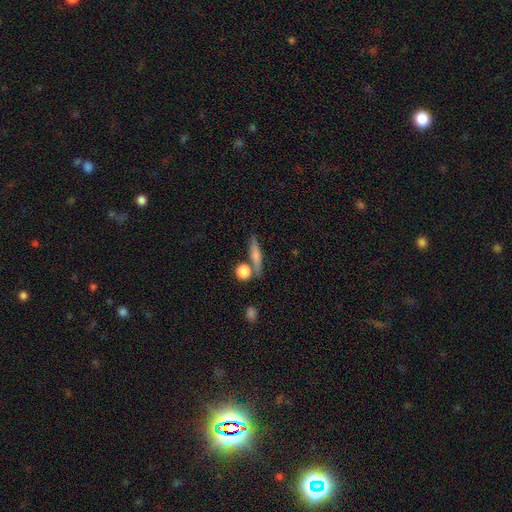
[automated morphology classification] Overall: smooth (65%; featured or disk 26%). How rounded: cigar-shaped (72%). Merging: none (73%).